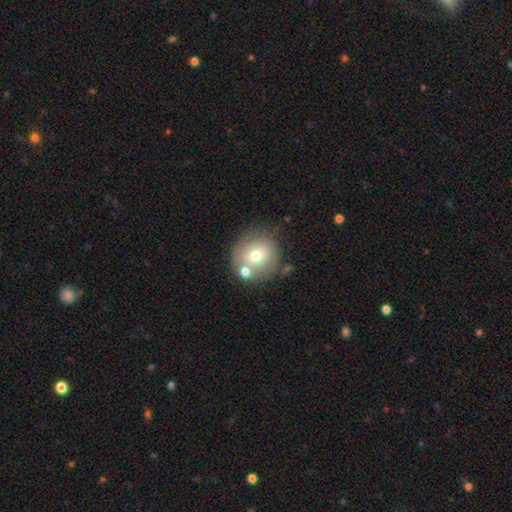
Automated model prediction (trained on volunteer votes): The model was most divided on "smooth or featured": smooth: 65%, featured or disk: 26%, star or artifact: 9%. More confident: how rounded — round (87%); merging — none (65%).